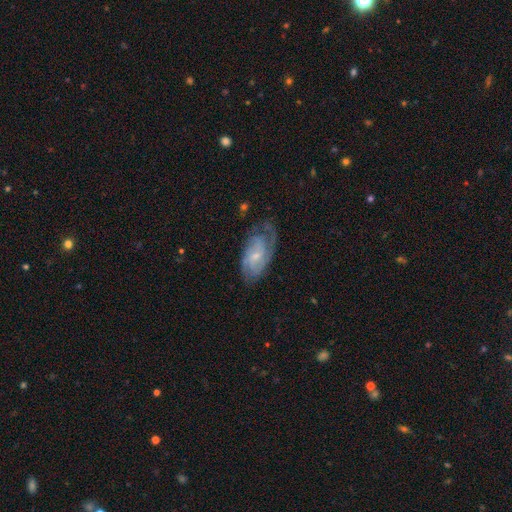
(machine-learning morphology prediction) Overall: featured or disk (78%). Edge-on disk: no (96%). Bar: no (51%; weak 41%). Spiral arms: yes (93%). Spiral arm count: 2 (38%; can't tell 30%). Spiral winding: tight (48%; medium 39%). Bulge size: small (68%). Merging: none (59%; minor disturbance 26%).